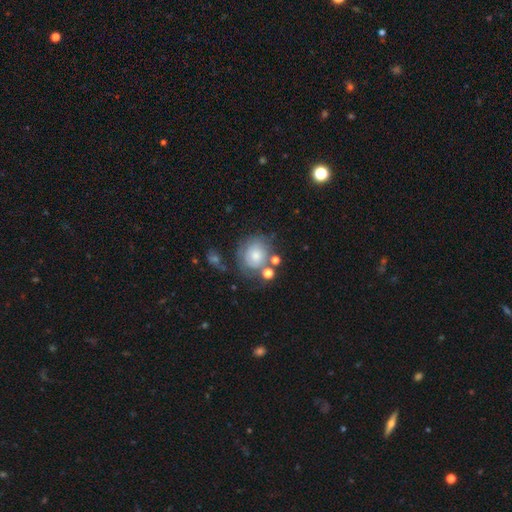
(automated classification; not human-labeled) Overall: smooth (61%; featured or disk 29%). How rounded: round (79%). Merging: none (55%; minor disturbance 21%).